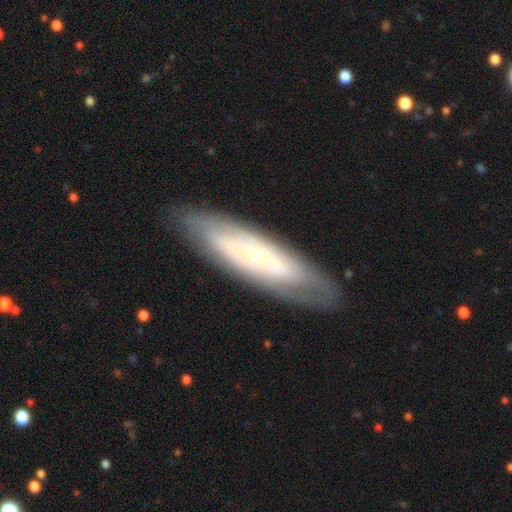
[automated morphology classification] type=featured or disk (65%); edge-on=no (75%); merging=none (82%).